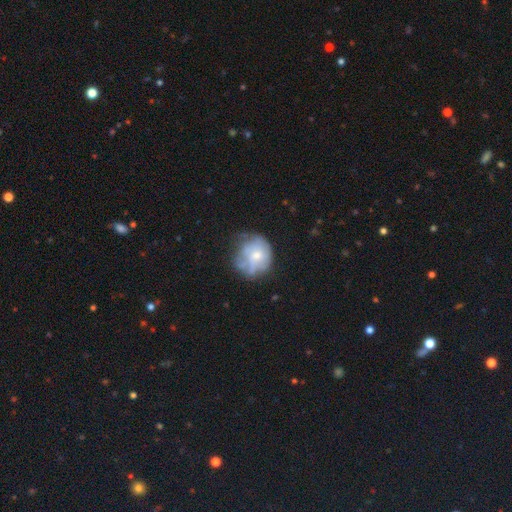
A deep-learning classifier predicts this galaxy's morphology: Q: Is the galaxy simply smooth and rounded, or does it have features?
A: smooth — 50%.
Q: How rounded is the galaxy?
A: round — 67%.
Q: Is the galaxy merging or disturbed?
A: none — 44%.